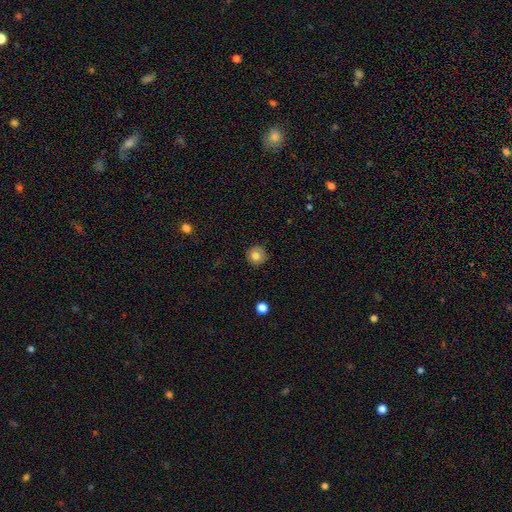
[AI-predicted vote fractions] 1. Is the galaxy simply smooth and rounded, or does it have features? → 77% smooth, 13% featured or disk, 10% star or artifact.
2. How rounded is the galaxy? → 93% round, 6% in between, 1% cigar-shaped.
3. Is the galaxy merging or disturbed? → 88% none, 9% minor disturbance, 2% major disturbance, 1% merger.